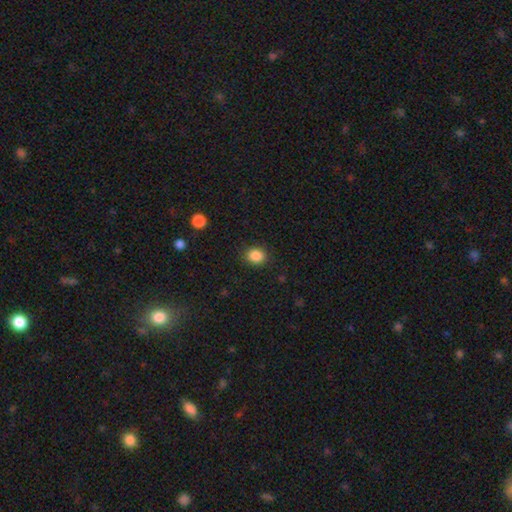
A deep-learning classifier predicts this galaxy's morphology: Smooth or featured? smooth (87%)
How rounded? round (66%)
Merging? none (88%)